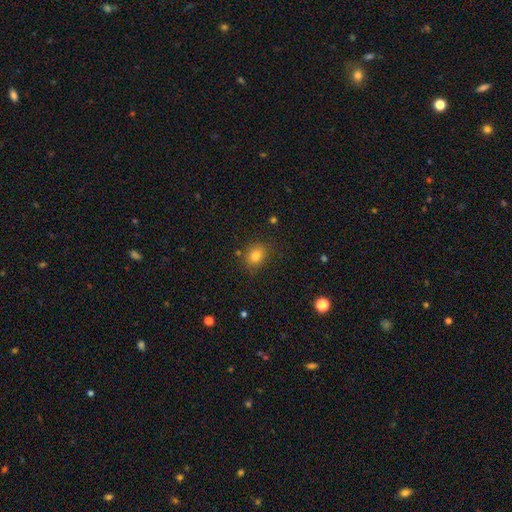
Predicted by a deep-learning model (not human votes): The model was most divided on "how rounded": round: 53%, in between: 46%, cigar-shaped: 1%. More confident: smooth or featured — smooth (81%); merging — none (81%).